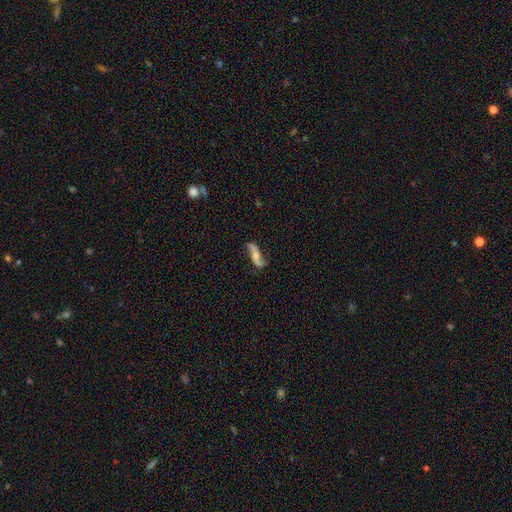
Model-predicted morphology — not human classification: Smooth or featured? featured or disk (70%)
Edge-on disk? no (83%)
Bar? no (56%)
Spiral arms? yes (91%)
Spiral winding? loose (81%)
Spiral arm count? 2 (92%)
Bulge size? moderate (53%)
Merging? none (75%)